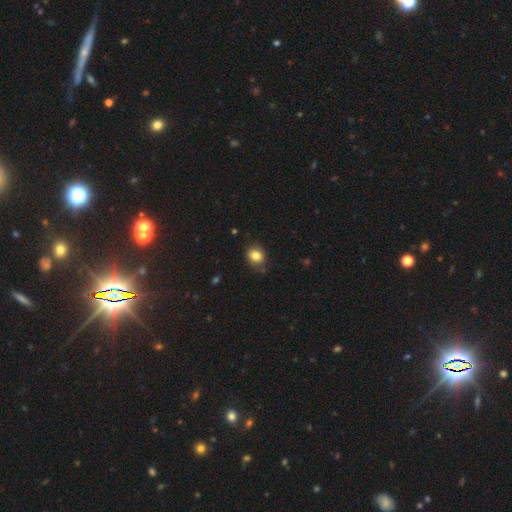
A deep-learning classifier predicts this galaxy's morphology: Smooth or featured? Predicted: smooth (p=0.82). How rounded? Predicted: round (p=0.63). Merging? Predicted: none (p=0.82).